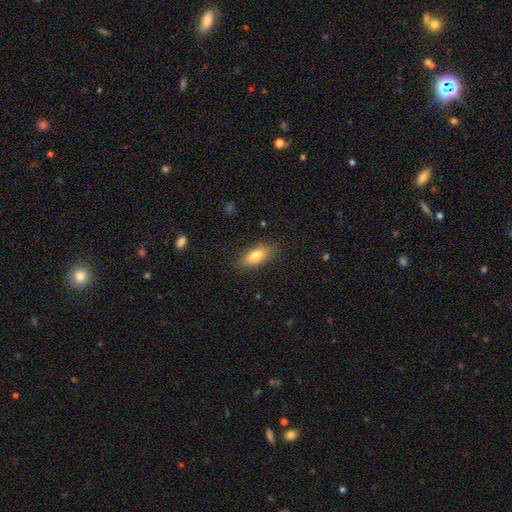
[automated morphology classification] A smooth galaxy with no disk features (80%) that is in between round and cigar-shaped (81%). Merging: none (83%).